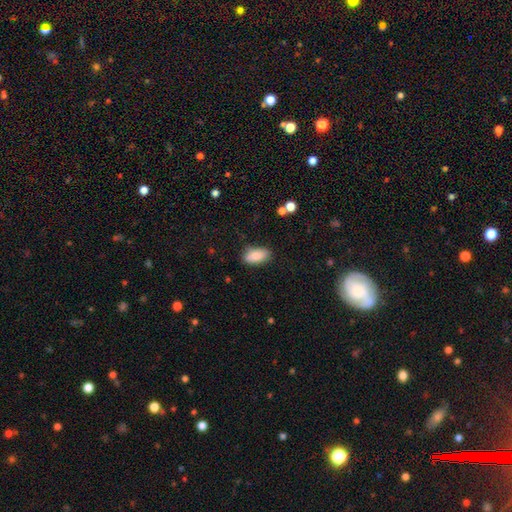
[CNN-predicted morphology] Smooth or featured? Predicted: smooth (p=0.84). How rounded? Predicted: in between (p=0.88). Merging? Predicted: none (p=0.80).